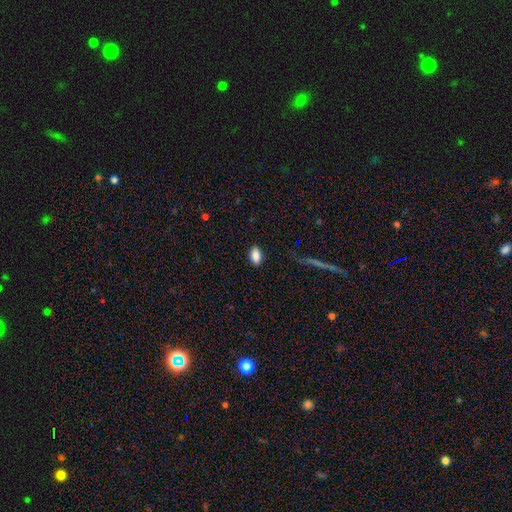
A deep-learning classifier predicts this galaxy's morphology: type=smooth (87%); roundness=in between (90%); merging=none (88%).